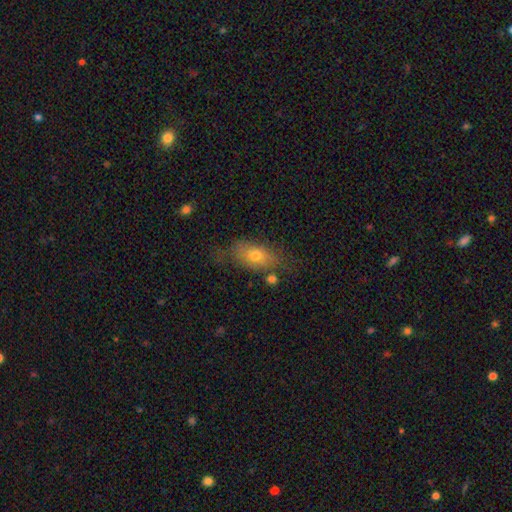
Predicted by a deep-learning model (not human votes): Smooth or featured: smooth — 65% (featured or disk — 25%)
How rounded: in between — 79% (cigar-shaped — 11%)
Merging: none — 58% (minor disturbance — 24%)